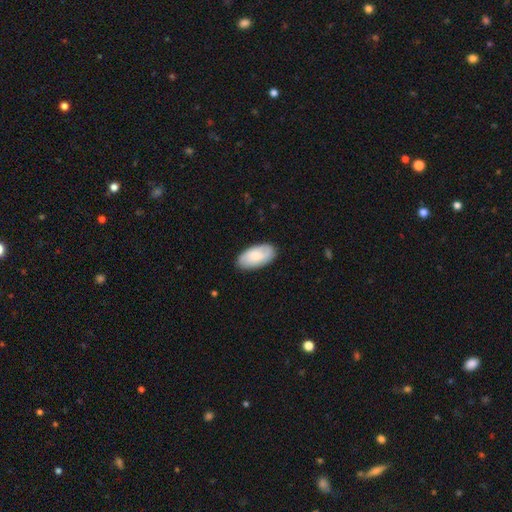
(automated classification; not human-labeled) Smooth or featured?
  - smooth: 72% *
  - featured or disk: 23%
  - star or artifact: 6%
How rounded?
  - in between: 94% *
  - cigar-shaped: 3%
  - round: 2%
Merging?
  - none: 85% *
  - minor disturbance: 12%
  - major disturbance: 2%
  - merger: 1%